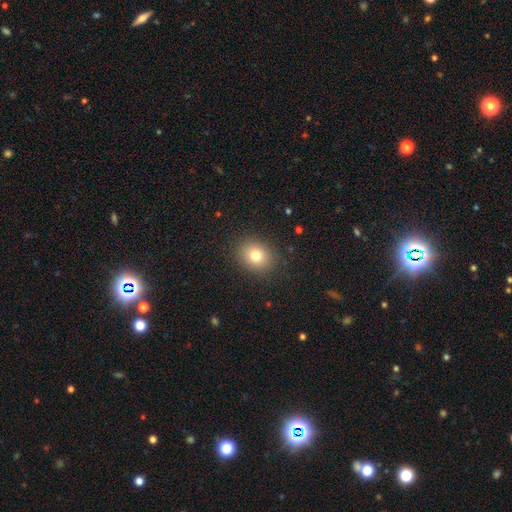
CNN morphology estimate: Smooth or featured? smooth (78%)
How rounded? round (61%)
Merging? none (88%)